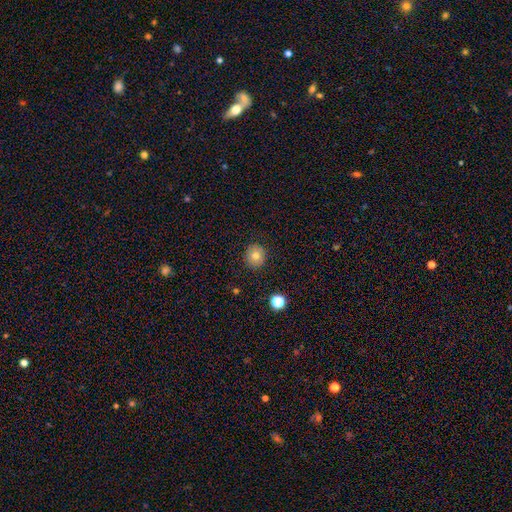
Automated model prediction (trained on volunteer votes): smooth_or_featured: smooth (p=0.77) [alt: star or artifact p=0.12]
how_rounded: round (p=0.92) [alt: in between p=0.07]
merging: none (p=0.91) [alt: minor disturbance p=0.06]